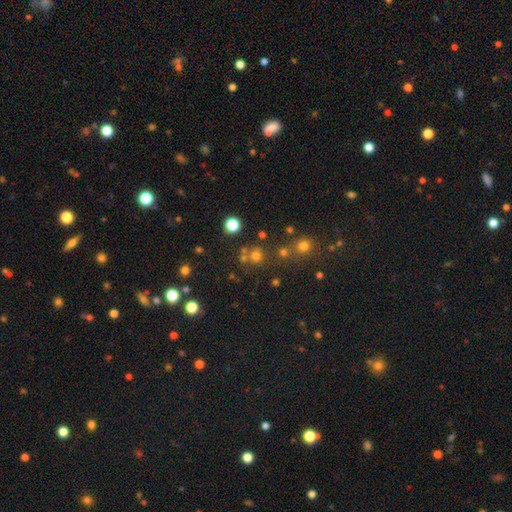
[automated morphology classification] A smooth galaxy with no disk features (63%) that is round (89%).

Vote fractions:
- Smooth or featured? smooth: 63% / star or artifact: 28% / featured or disk: 9%
- How rounded? round: 89% / in between: 10% / cigar-shaped: 1%
- Merging? none: 68% / merger: 20% / minor disturbance: 8% / major disturbance: 4%